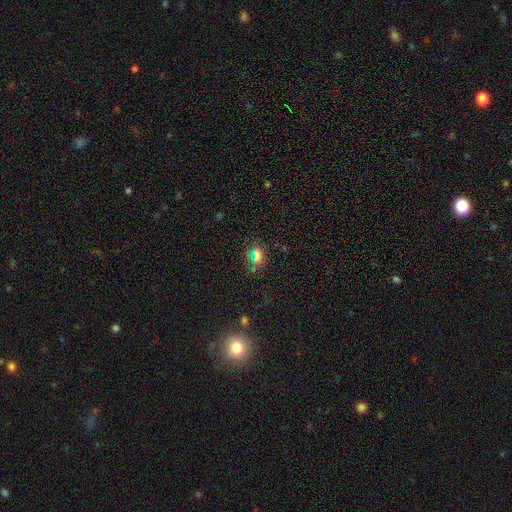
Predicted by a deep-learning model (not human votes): A smooth galaxy with no disk features (59%) that is in between round and cigar-shaped (54%).

Vote fractions:
- Smooth or featured? smooth: 59% / star or artifact: 32% / featured or disk: 9%
- How rounded? in between: 54% / round: 42% / cigar-shaped: 4%
- Merging? none: 79% / minor disturbance: 12% / major disturbance: 5% / merger: 3%